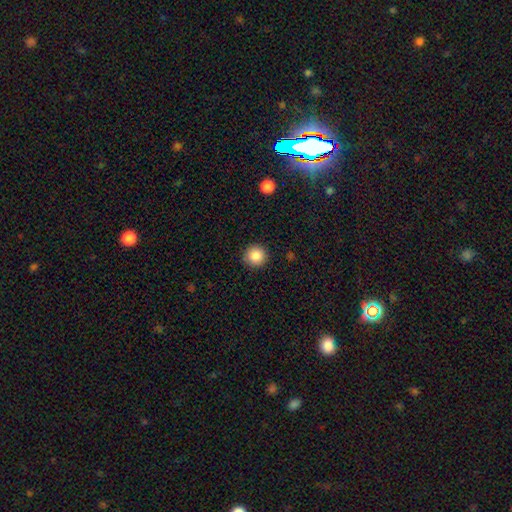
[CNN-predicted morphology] Smooth or featured?
  - smooth: 87% *
  - star or artifact: 9%
  - featured or disk: 4%
How rounded?
  - round: 95% *
  - in between: 4%
  - cigar-shaped: 1%
Merging?
  - none: 91% *
  - minor disturbance: 6%
  - major disturbance: 2%
  - merger: 1%